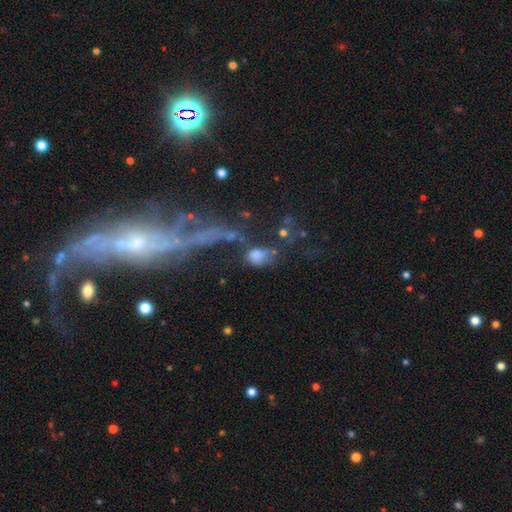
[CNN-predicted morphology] Q: Smooth or featured?
A: smooth (58%); runner-up: featured or disk (22%)
Q: How rounded?
A: in between (63%); runner-up: round (31%)
Q: Merging?
A: major disturbance (33%); runner-up: merger (27%)